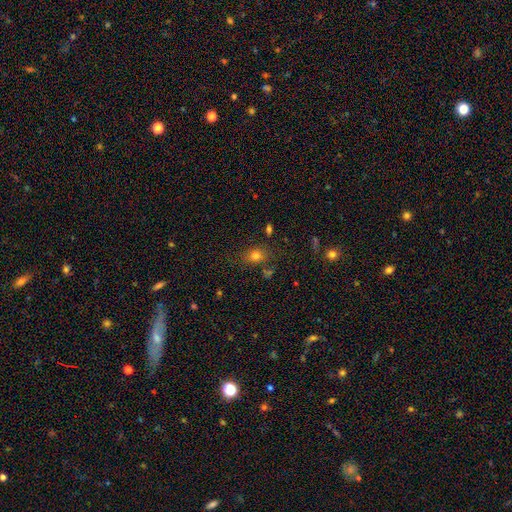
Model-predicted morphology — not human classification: A smooth galaxy with no disk features (73%) that is round (50%).

Vote fractions:
- Smooth or featured? smooth: 73% / star or artifact: 18% / featured or disk: 9%
- How rounded? round: 50% / in between: 48% / cigar-shaped: 2%
- Merging? none: 73% / minor disturbance: 15% / major disturbance: 6% / merger: 6%